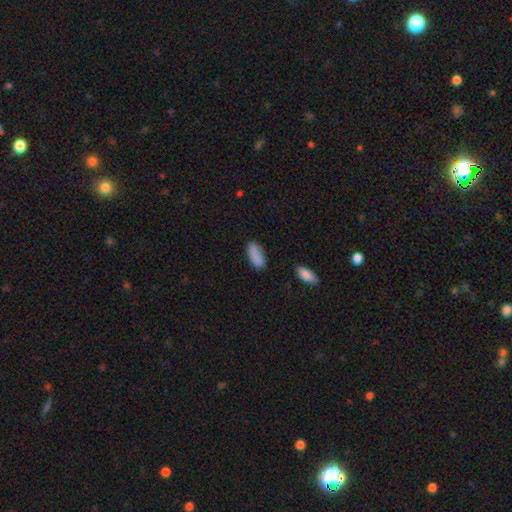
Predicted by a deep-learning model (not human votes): smooth-or-featured: smooth: 87% | star or artifact: 8% | featured or disk: 5%
  how-rounded: in between: 87% | cigar-shaped: 11% | round: 2%
  merging: none: 73% | minor disturbance: 20% | major disturbance: 5% | merger: 3%